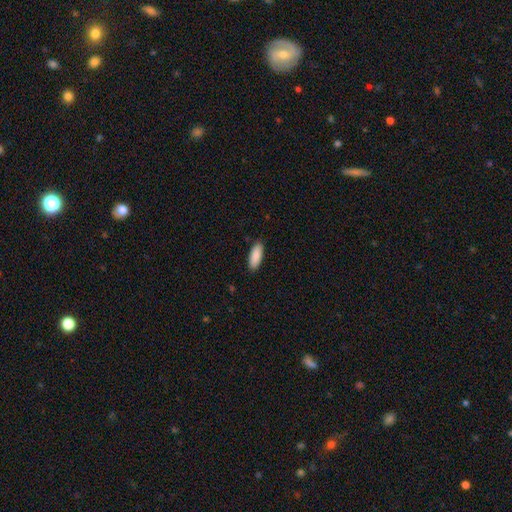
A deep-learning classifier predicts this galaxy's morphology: Smooth or featured? Predicted: smooth (p=0.90). How rounded? Predicted: in between (p=0.75). Merging? Predicted: none (p=0.89).